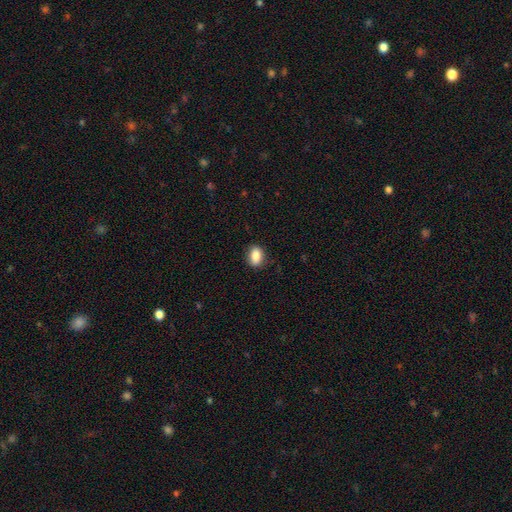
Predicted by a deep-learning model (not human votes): The model was most divided on "how rounded": in between: 79%, round: 18%, cigar-shaped: 2%. More confident: smooth or featured — smooth (86%); merging — none (85%).